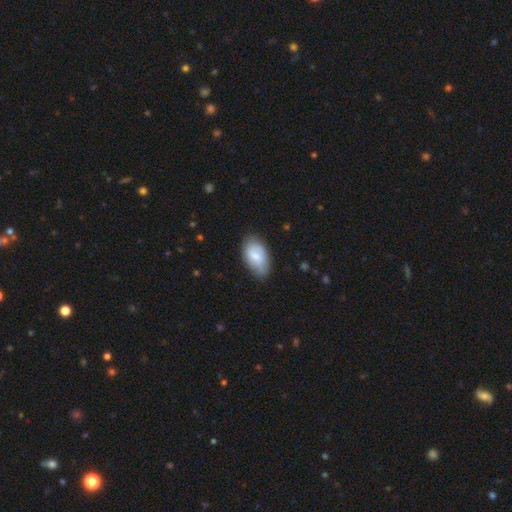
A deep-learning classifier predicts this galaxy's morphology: Smooth or featured? smooth (60%)
How rounded? in between (93%)
Merging? none (63%)